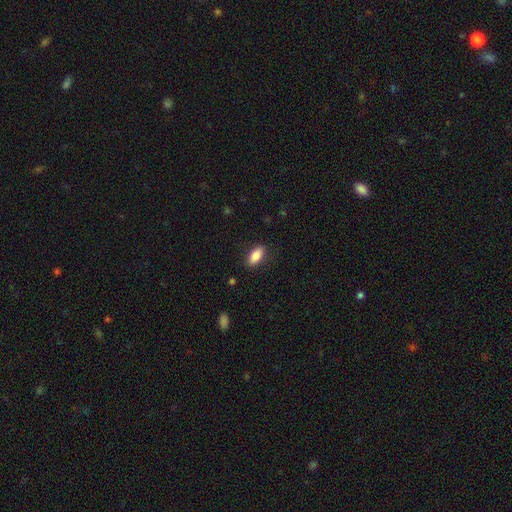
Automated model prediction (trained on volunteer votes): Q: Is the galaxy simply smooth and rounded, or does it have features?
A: smooth — 85%.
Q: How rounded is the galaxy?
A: in between — 85%.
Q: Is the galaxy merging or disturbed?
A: none — 86%.